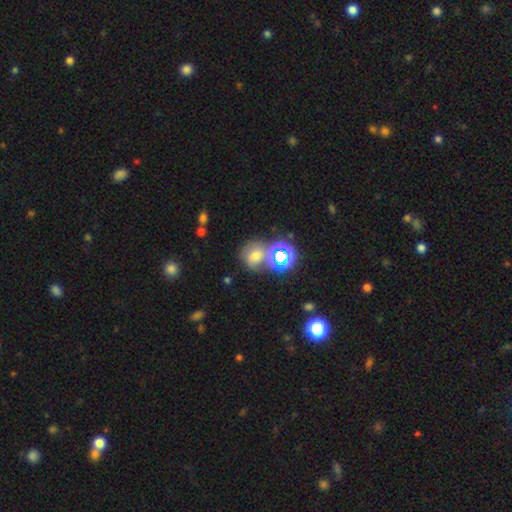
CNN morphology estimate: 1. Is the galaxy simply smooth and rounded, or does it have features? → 55% smooth, 30% star or artifact, 15% featured or disk.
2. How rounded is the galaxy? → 72% round, 27% in between, 1% cigar-shaped.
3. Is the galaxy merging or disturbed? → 57% none, 23% merger, 14% minor disturbance, 7% major disturbance.